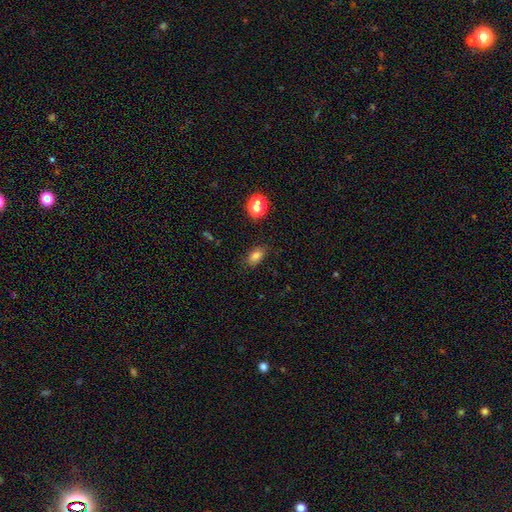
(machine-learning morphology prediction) smooth 81%, star or artifact 12%, featured or disk 7%. Down the decision tree: how rounded — in between (84%); merging — none (81%).